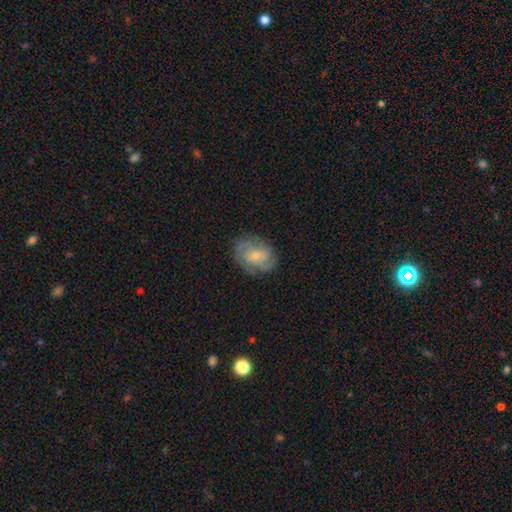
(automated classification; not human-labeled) The model was most divided on "spiral arm count": can't tell: 35%, 2: 23%, 3: 21%, 4: 9%, 1: 5%, more than 4: 5%. More confident: edge-on disk — no (97%); spiral arms — yes (91%); merging — none (78%); smooth or featured — featured or disk (72%); bulge size — small (65%); bar — no (64%); spiral winding — tight (58%).